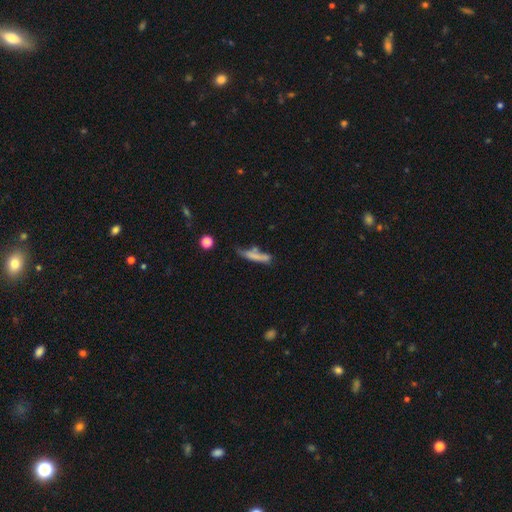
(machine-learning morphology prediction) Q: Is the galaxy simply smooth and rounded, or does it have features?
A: smooth — 66%.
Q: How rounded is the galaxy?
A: cigar-shaped — 84%.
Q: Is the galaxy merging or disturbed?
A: none — 47%.